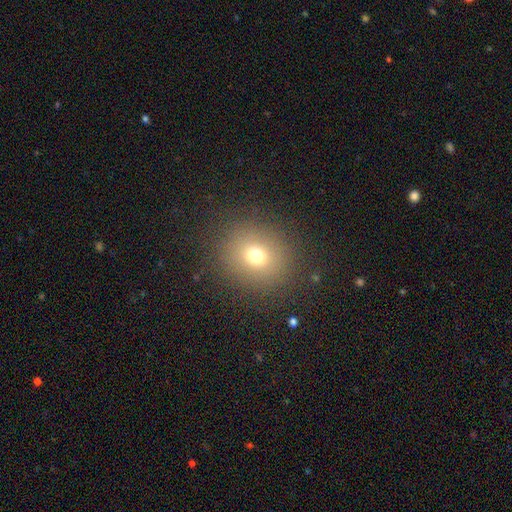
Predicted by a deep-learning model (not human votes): Q: Smooth or featured?
A: smooth (71%); runner-up: star or artifact (18%)
Q: How rounded?
A: round (80%); runner-up: in between (19%)
Q: Merging?
A: none (87%); runner-up: minor disturbance (8%)